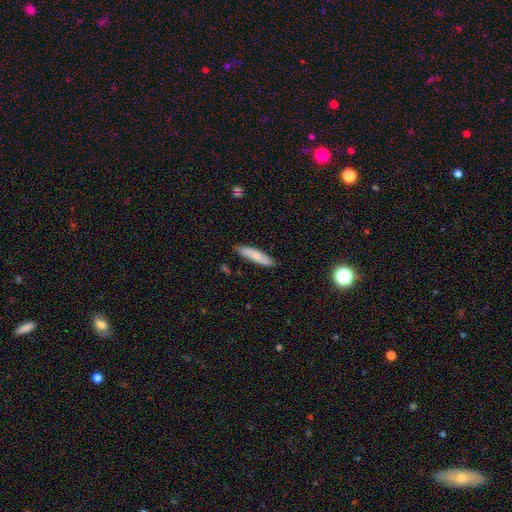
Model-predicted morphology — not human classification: type=smooth (78%); roundness=cigar-shaped (83%); merging=none (85%).